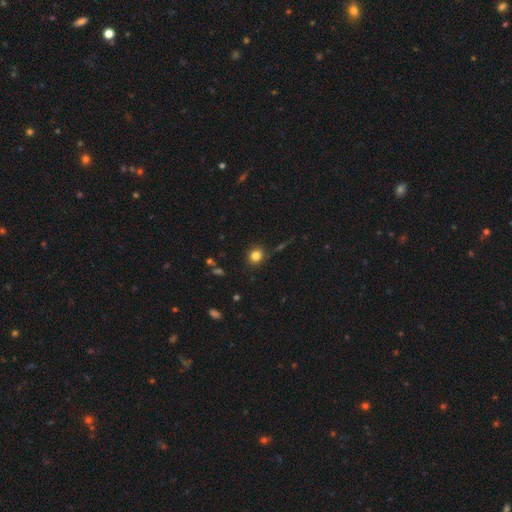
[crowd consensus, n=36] Smooth or featured? 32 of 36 (89%) said smooth. How rounded? 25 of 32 (78%) said round. Merging? 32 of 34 (94%) said none.